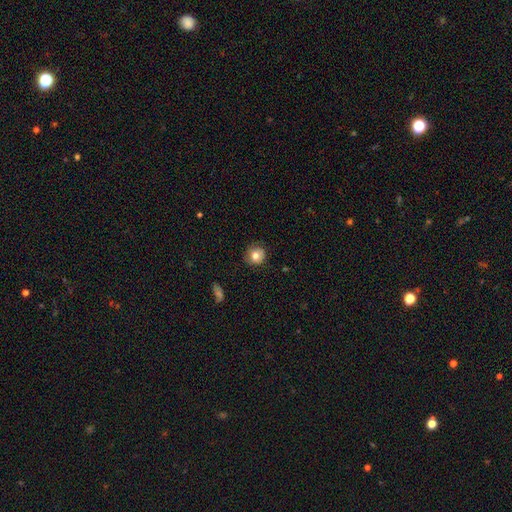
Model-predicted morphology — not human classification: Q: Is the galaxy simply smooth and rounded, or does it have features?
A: smooth — 75%.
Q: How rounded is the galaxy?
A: round — 90%.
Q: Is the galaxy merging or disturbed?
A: none — 80%.